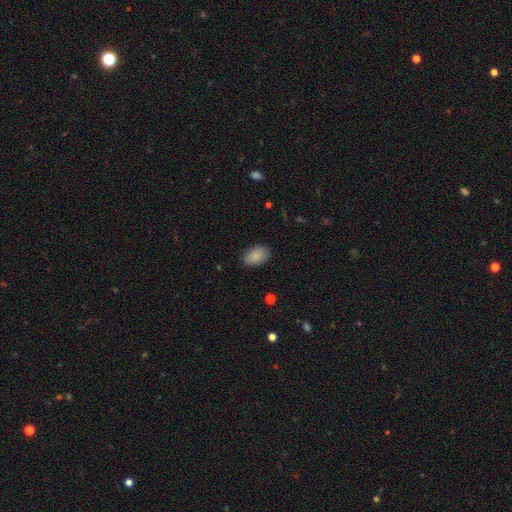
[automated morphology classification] A smooth galaxy with no disk features (86%) that is in between round and cigar-shaped (88%). Merging: none (85%).